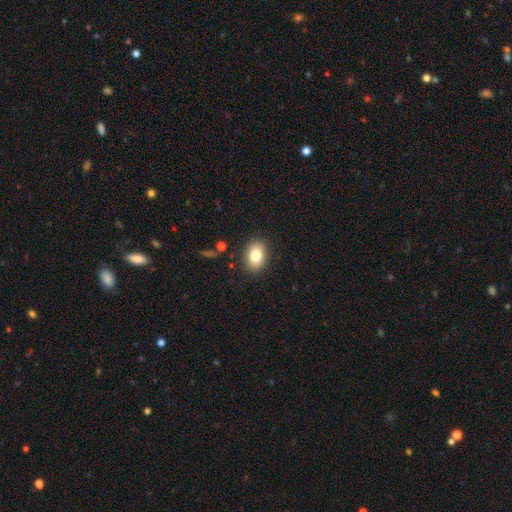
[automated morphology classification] Overall: smooth (81%). How rounded: in between (75%). Merging: none (87%).